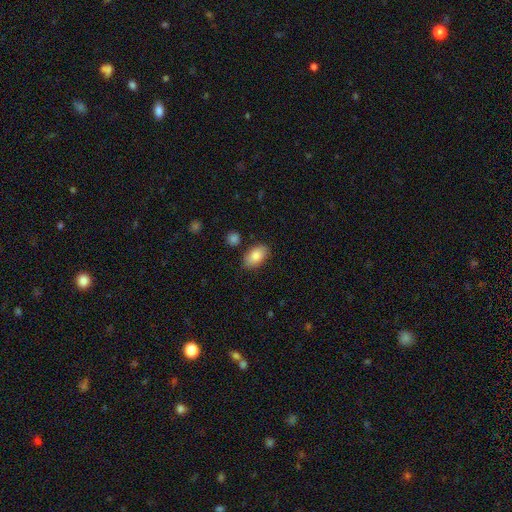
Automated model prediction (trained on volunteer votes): This is clearly a smooth galaxy (86%). How rounded: clearly in between (93%). Merging: clearly none (84%).